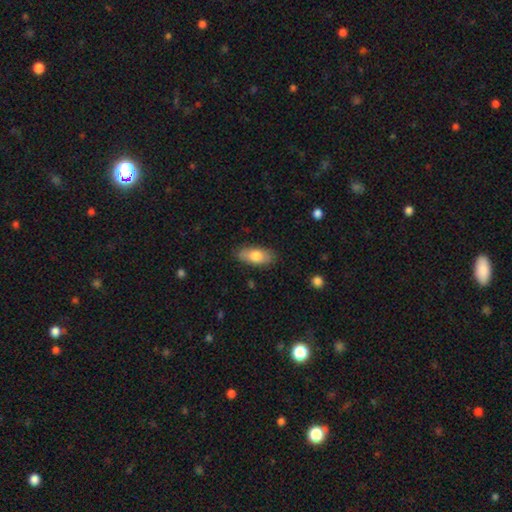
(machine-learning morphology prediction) smooth-or-featured: smooth: 76% | featured or disk: 18% | star or artifact: 6%
  how-rounded: in between: 84% | cigar-shaped: 13% | round: 3%
  merging: none: 83% | minor disturbance: 13% | major disturbance: 3% | merger: 1%